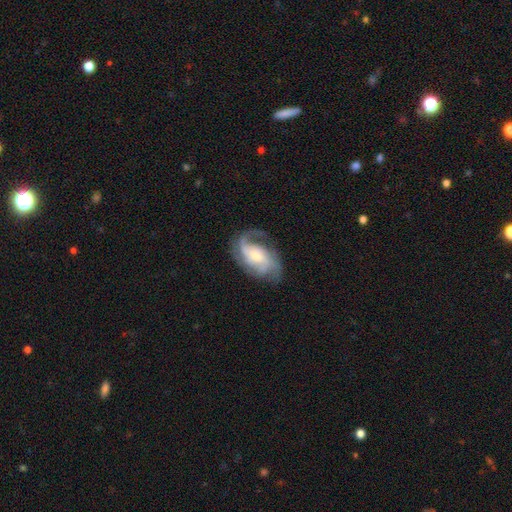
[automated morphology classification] Overall: featured or disk (85%). Edge-on disk: no (97%). Bar: no (48%; weak 40%). Spiral arms: yes (96%). Spiral arm count: 2 (37%; 3 28%). Spiral winding: medium (48%; tight 27%). Bulge size: moderate (45%; small 39%). Merging: none (66%).